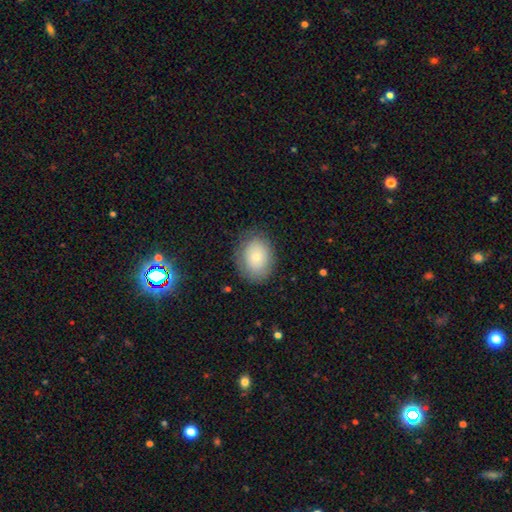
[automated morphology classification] The model was most divided on "how rounded": in between: 58%, round: 41%, cigar-shaped: 1%. More confident: merging — none (78%); smooth or featured — smooth (75%).